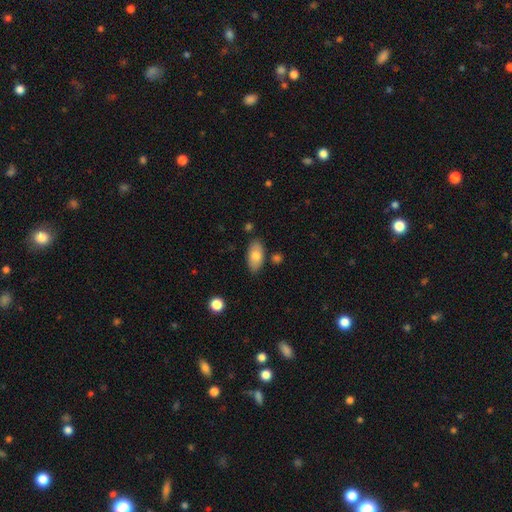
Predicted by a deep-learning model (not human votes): This appears to be a smooth galaxy with no disk features (78%) that is in between round and cigar-shaped (93%). Merging: none (82%).